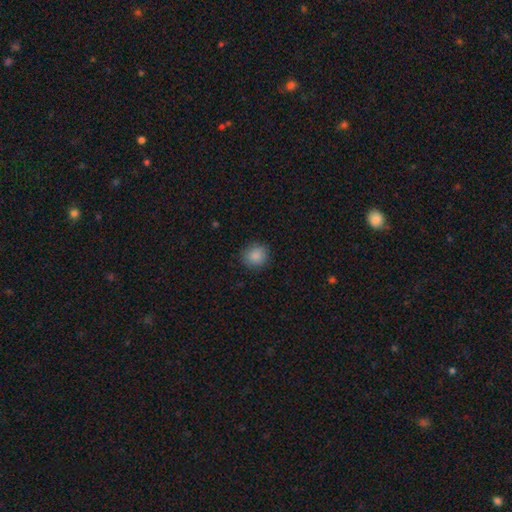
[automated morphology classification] Smooth or featured?
  - smooth: 87% *
  - star or artifact: 9%
  - featured or disk: 4%
How rounded?
  - round: 87% *
  - in between: 12%
  - cigar-shaped: 1%
Merging?
  - none: 89% *
  - minor disturbance: 8%
  - major disturbance: 2%
  - merger: 1%